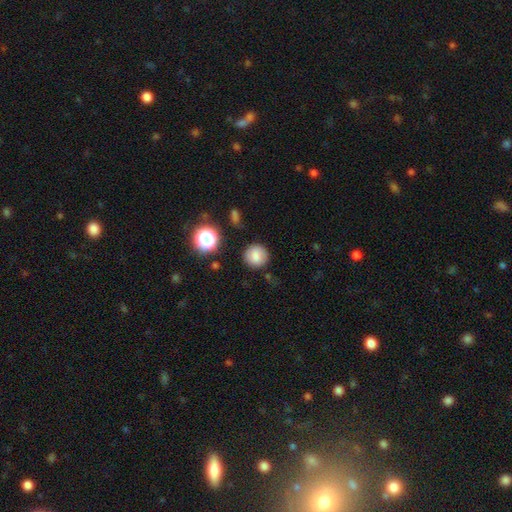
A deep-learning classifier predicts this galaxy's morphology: A smooth galaxy with no disk features (80%) that is round (90%). Merging: none (85%).